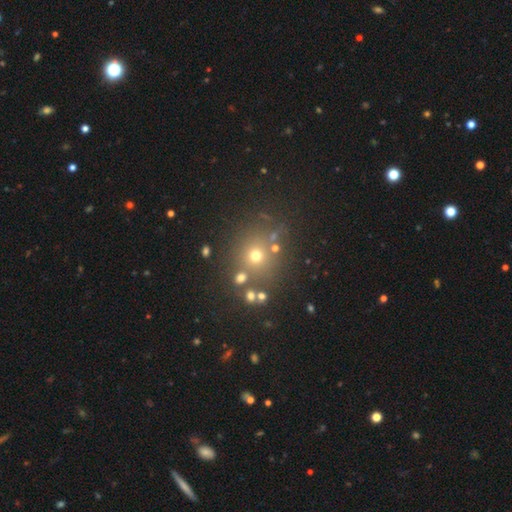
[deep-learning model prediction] Smooth or featured? Predicted: smooth (p=0.62). How rounded? Predicted: round (p=0.89). Merging? Predicted: none (p=0.75).